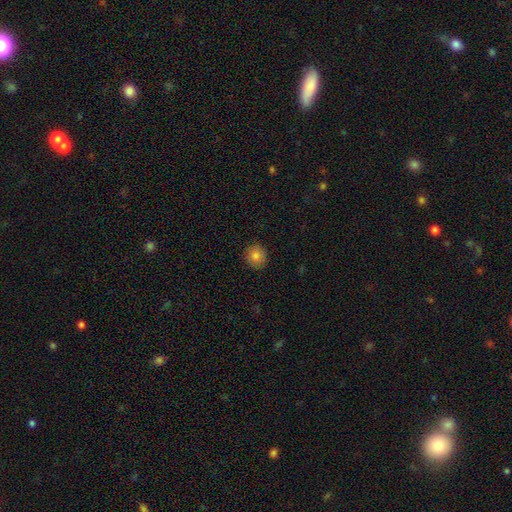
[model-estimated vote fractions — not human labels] Morphology: type=smooth (82%); roundness=round (87%); merging=none (91%).